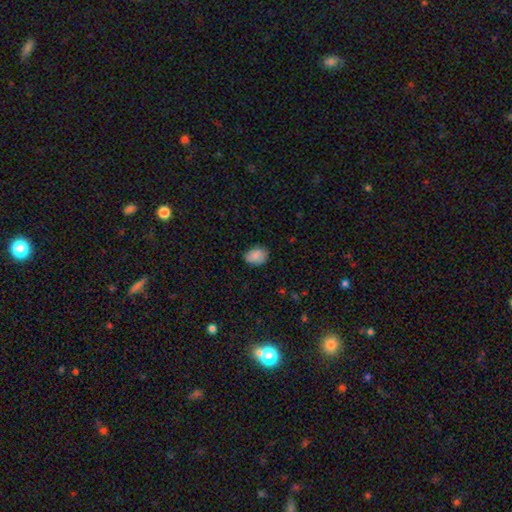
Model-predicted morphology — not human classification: smooth-or-featured: smooth: 86% | star or artifact: 8% | featured or disk: 5%
  how-rounded: in between: 71% | round: 28% | cigar-shaped: 1%
  merging: none: 74% | minor disturbance: 21% | major disturbance: 3% | merger: 1%